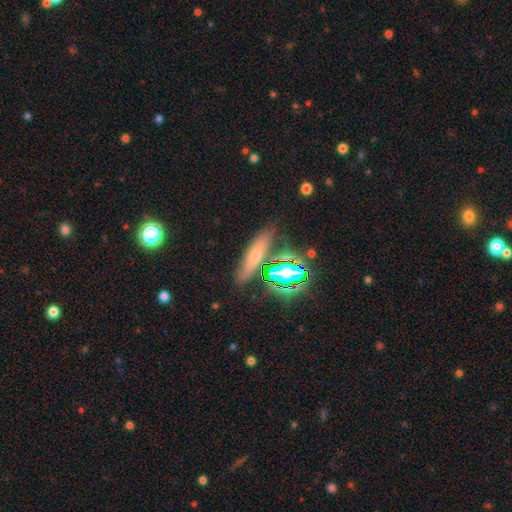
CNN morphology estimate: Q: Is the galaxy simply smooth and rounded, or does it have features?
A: smooth — 52%.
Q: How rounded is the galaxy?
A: cigar-shaped — 59%.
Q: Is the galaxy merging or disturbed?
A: none — 77%.